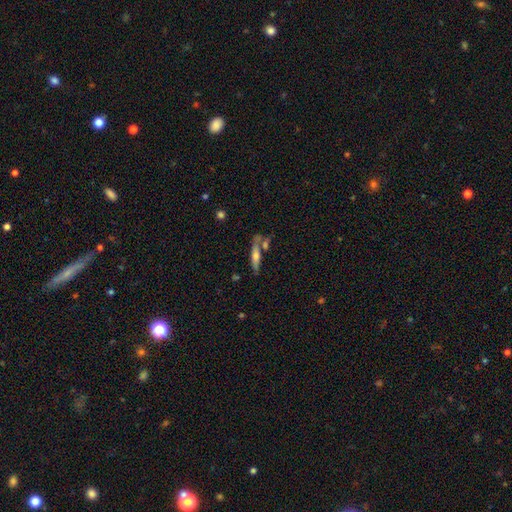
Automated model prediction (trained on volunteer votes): Smooth or featured? featured or disk (48%)
Merging? none (61%)